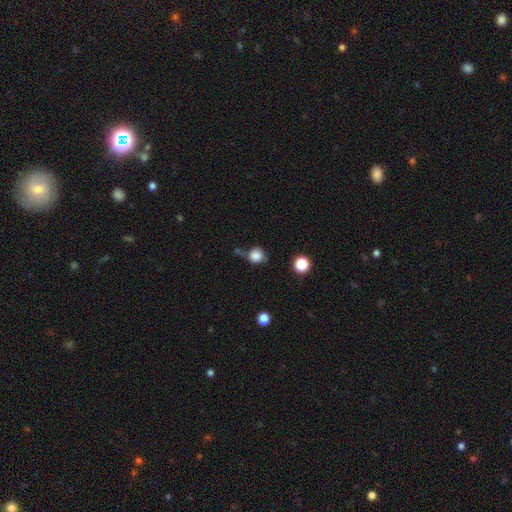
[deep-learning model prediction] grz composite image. It shows a smooth galaxy with no disk features (83%) that is round (90%). Merging: none (60%).